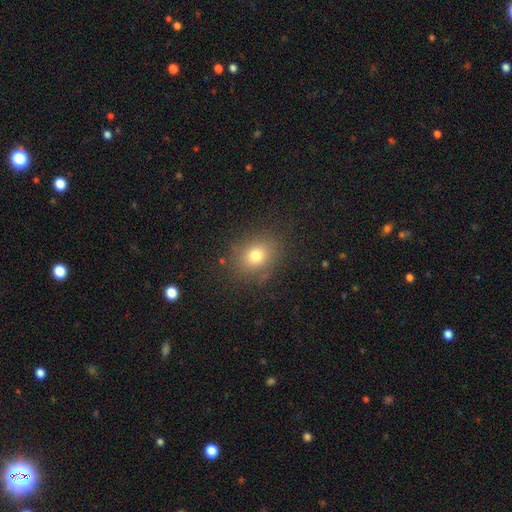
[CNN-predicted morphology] A smooth galaxy with no disk features (76%) that is round (55%).

Vote fractions:
- Smooth or featured? smooth: 76% / star or artifact: 14% / featured or disk: 10%
- How rounded? round: 55% / in between: 44% / cigar-shaped: 1%
- Merging? none: 83% / minor disturbance: 12% / major disturbance: 4% / merger: 2%